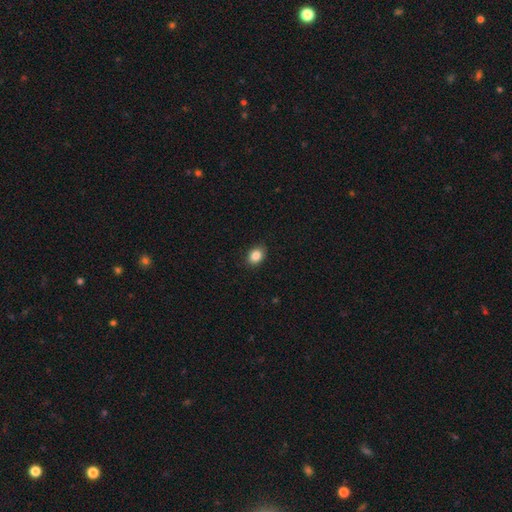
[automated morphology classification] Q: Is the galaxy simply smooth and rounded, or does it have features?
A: smooth — 87%.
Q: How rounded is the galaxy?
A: in between — 64%.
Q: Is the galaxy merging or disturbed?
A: none — 88%.